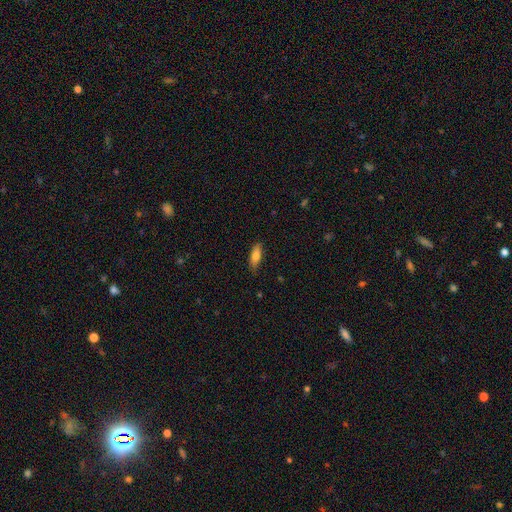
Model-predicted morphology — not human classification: smooth 78%, featured or disk 15%, star or artifact 7%. Down the decision tree: how rounded — in between (63%); merging — none (81%).